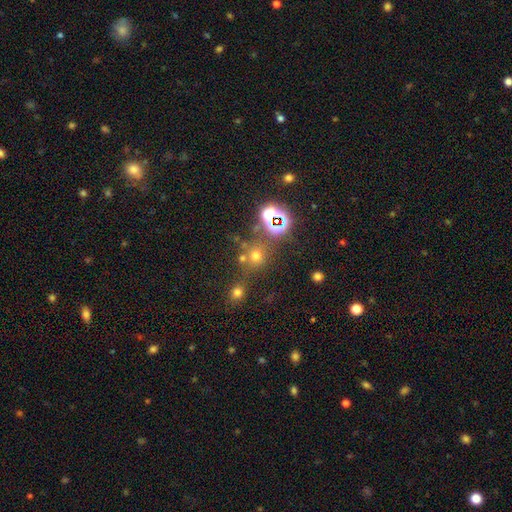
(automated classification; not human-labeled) A smooth galaxy with no disk features (56%) that is round (85%).

Vote fractions:
- Smooth or featured? smooth: 56% / star or artifact: 34% / featured or disk: 10%
- How rounded? round: 85% / in between: 13% / cigar-shaped: 1%
- Merging? none: 64% / merger: 19% / minor disturbance: 11% / major disturbance: 6%